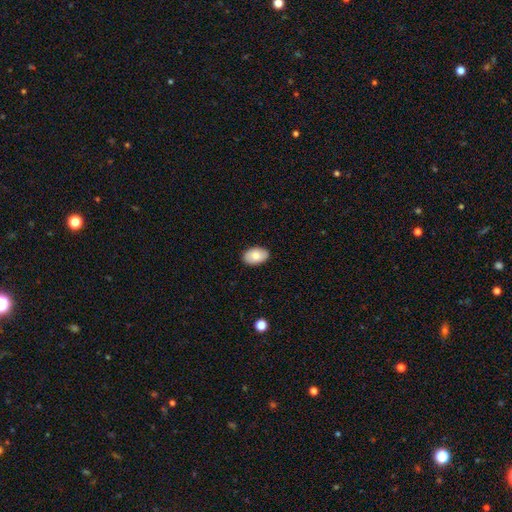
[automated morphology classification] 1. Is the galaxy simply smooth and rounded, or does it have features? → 79% smooth, 15% featured or disk, 7% star or artifact.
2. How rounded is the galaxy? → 91% in between, 8% round, 1% cigar-shaped.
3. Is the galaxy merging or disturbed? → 88% none, 9% minor disturbance, 2% major disturbance, 1% merger.